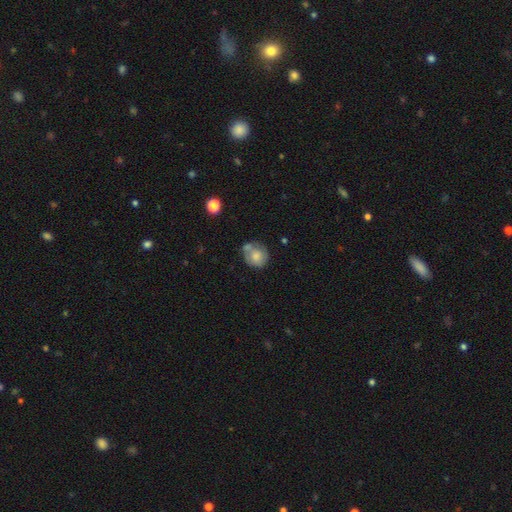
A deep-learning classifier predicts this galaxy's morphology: Overall: smooth (63%; featured or disk 29%). How rounded: round (77%). Merging: none (48%; minor disturbance 24%).